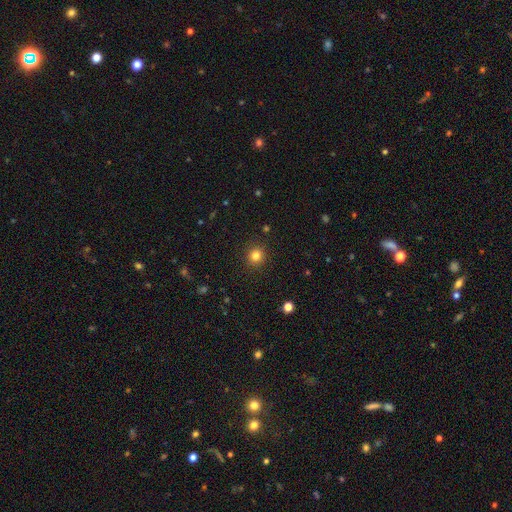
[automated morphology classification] Q: Smooth or featured?
A: smooth (82%); runner-up: star or artifact (13%)
Q: How rounded?
A: round (90%); runner-up: in between (9%)
Q: Merging?
A: none (91%); runner-up: minor disturbance (6%)